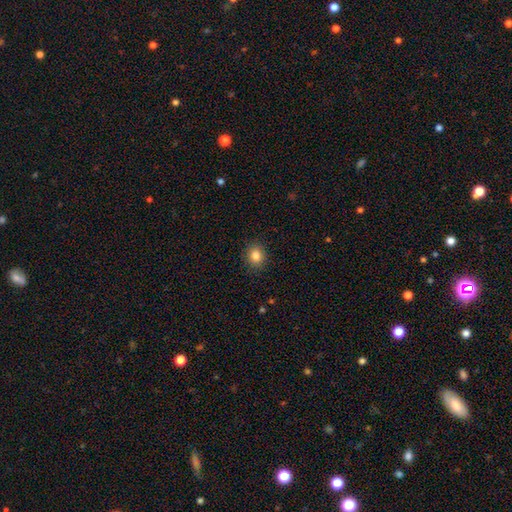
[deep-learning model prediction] smooth 84%, star or artifact 11%, featured or disk 5%. Down the decision tree: how rounded — round (75%); merging — none (90%).